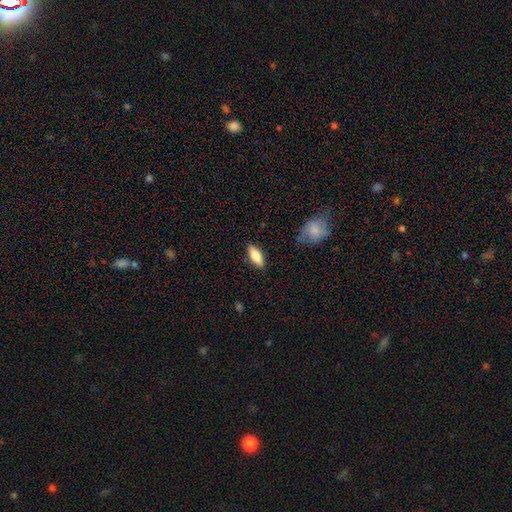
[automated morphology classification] Smooth or featured?
  - smooth: 71% *
  - featured or disk: 23%
  - star or artifact: 6%
How rounded?
  - in between: 69% *
  - cigar-shaped: 28%
  - round: 2%
Merging?
  - none: 86% *
  - minor disturbance: 10%
  - major disturbance: 2%
  - merger: 2%